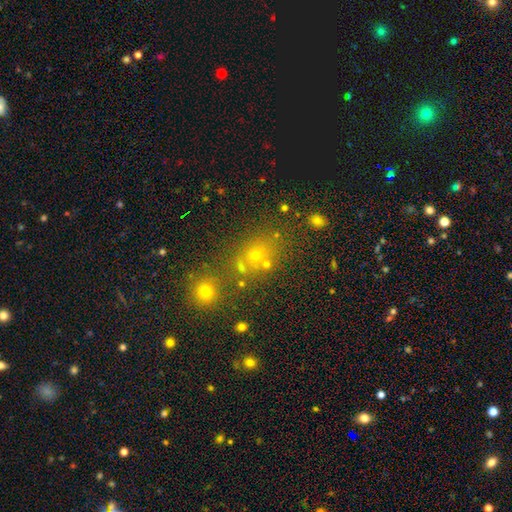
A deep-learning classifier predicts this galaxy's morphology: This appears to be a smooth galaxy with no disk features (53%) that is round (60%). Merging: none (60%).